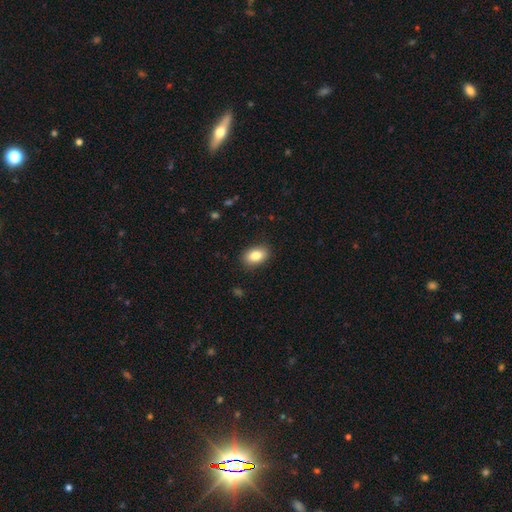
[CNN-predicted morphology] A smooth galaxy with no disk features (84%) that is in between round and cigar-shaped (83%). Merging: none (88%).